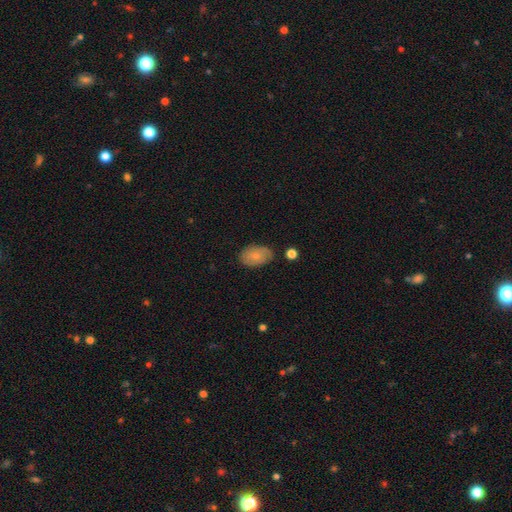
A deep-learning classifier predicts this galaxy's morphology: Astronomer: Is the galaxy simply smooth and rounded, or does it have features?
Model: smooth — 75%.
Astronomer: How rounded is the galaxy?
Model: in between — 91%.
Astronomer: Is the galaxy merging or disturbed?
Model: none — 76%.